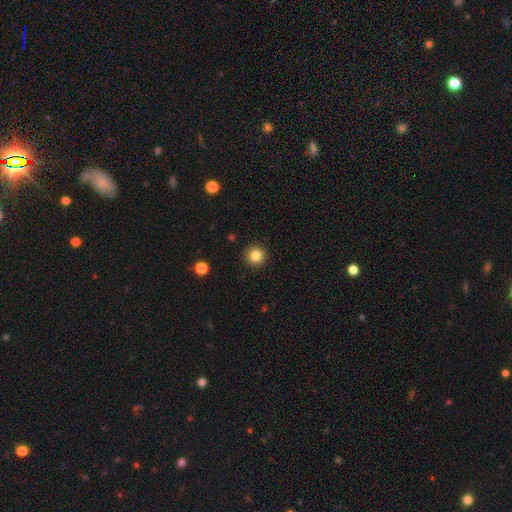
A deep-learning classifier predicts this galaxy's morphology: Smooth or featured? Predicted: smooth (p=0.84). How rounded? Predicted: round (p=0.95). Merging? Predicted: none (p=0.92).